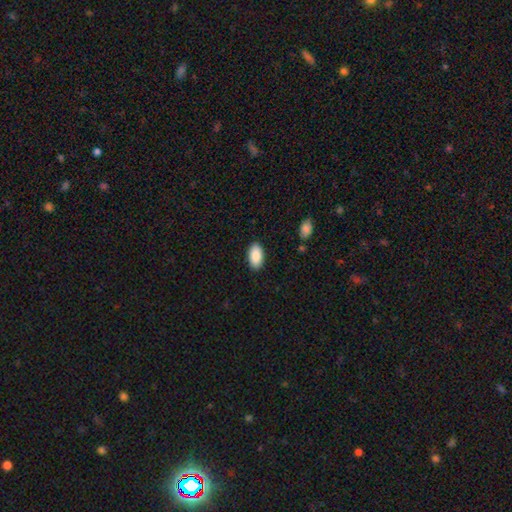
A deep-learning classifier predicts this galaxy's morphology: smooth_or_featured: smooth (p=0.89) [alt: star or artifact p=0.06]
how_rounded: in between (p=0.95) [alt: round p=0.03]
merging: none (p=0.88) [alt: minor disturbance p=0.08]